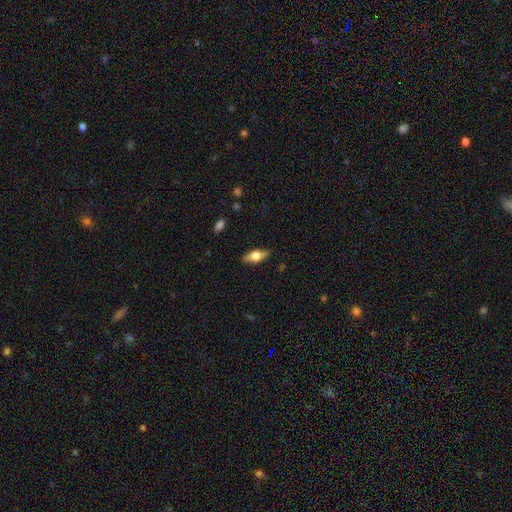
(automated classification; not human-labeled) Q: Smooth or featured?
A: smooth (49%); runner-up: featured or disk (44%)
Q: Merging?
A: none (86%); runner-up: minor disturbance (11%)